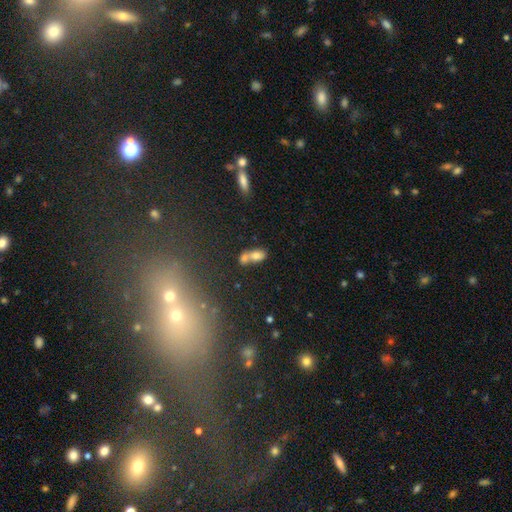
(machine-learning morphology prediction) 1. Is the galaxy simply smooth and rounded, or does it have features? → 69% smooth, 20% featured or disk, 11% star or artifact.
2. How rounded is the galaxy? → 78% in between, 17% round, 4% cigar-shaped.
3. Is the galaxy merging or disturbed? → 64% merger, 21% none, 9% minor disturbance, 5% major disturbance.